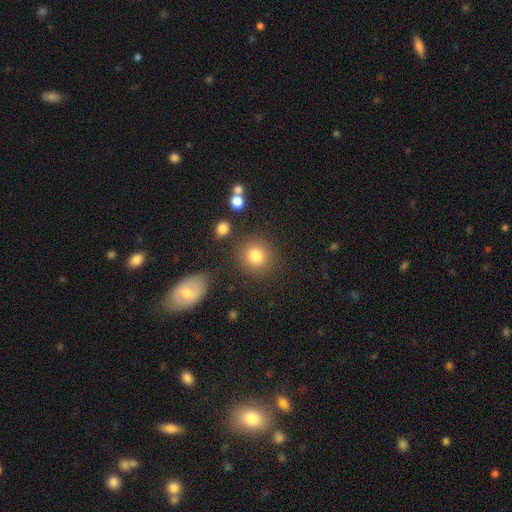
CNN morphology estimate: smooth 82%, star or artifact 11%, featured or disk 7%. Down the decision tree: how rounded — round (89%); merging — none (83%).